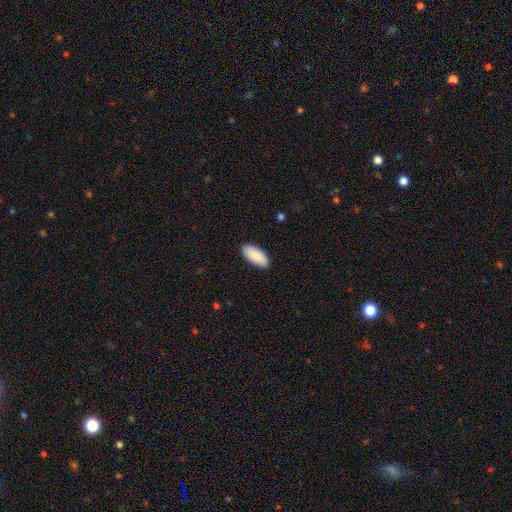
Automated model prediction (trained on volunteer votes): The model was most divided on "merging": none: 88%, minor disturbance: 10%, major disturbance: 2%, merger: 1%. More confident: how rounded — in between (90%); smooth or featured — smooth (90%).